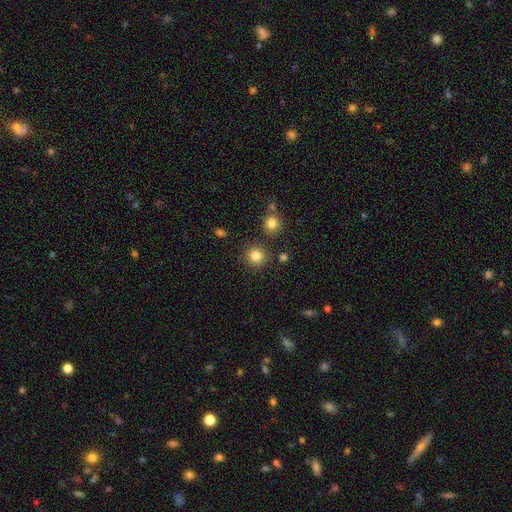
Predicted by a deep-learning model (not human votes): A smooth galaxy with no disk features (83%) that is round (92%).

Vote fractions:
- Smooth or featured? smooth: 83% / star or artifact: 12% / featured or disk: 5%
- How rounded? round: 92% / in between: 7% / cigar-shaped: 1%
- Merging? none: 85% / minor disturbance: 8% / merger: 5% / major disturbance: 3%